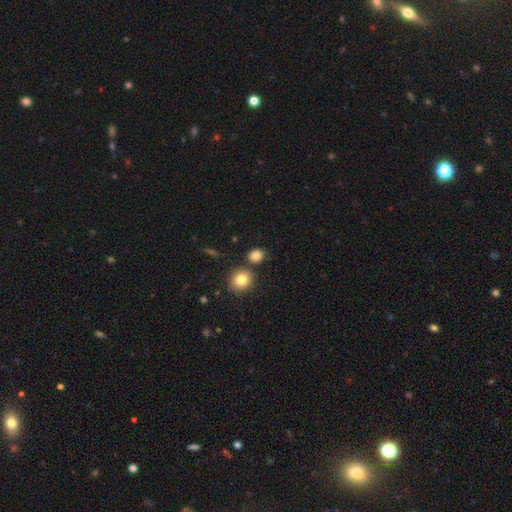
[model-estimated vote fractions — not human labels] smooth_or_featured: smooth (p=0.83) [alt: star or artifact p=0.11]
how_rounded: round (p=0.69) [alt: in between p=0.30]
merging: none (p=0.76) [alt: minor disturbance p=0.11]